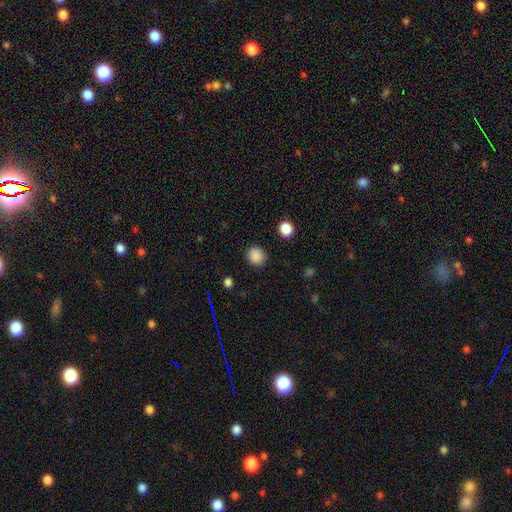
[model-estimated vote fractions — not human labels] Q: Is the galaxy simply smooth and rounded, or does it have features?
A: smooth — 87%.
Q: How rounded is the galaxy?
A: round — 90%.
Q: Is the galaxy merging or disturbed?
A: none — 89%.